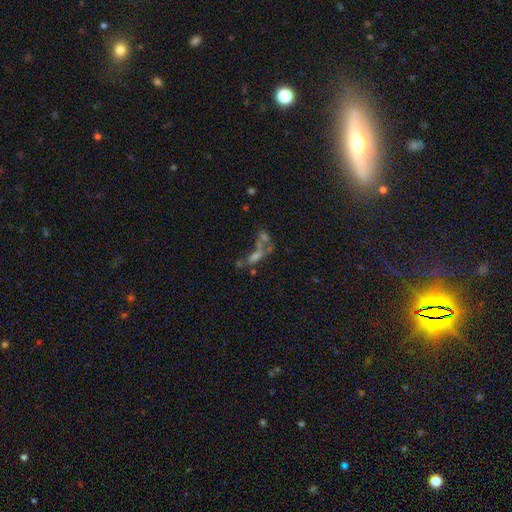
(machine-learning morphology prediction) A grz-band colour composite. It shows a featured or disk galaxy (42%). Merging: merger (48%).